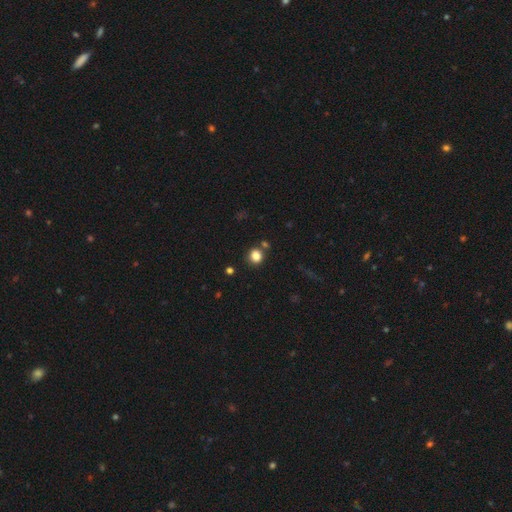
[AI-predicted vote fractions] Smooth or featured? smooth (83%)
How rounded? round (86%)
Merging? none (79%)